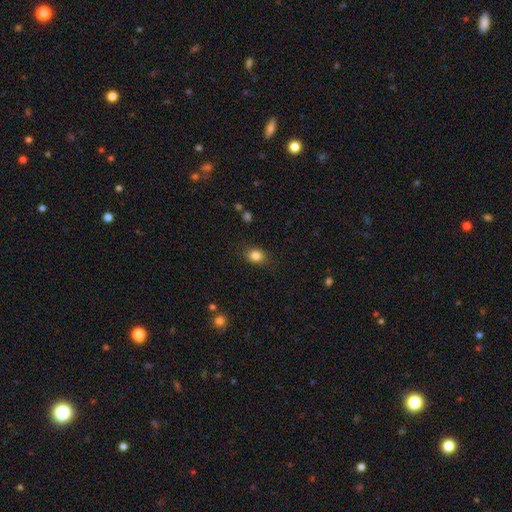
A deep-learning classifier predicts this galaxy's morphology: smooth 84%, star or artifact 10%, featured or disk 6%. Down the decision tree: how rounded — in between (57%); merging — none (84%).